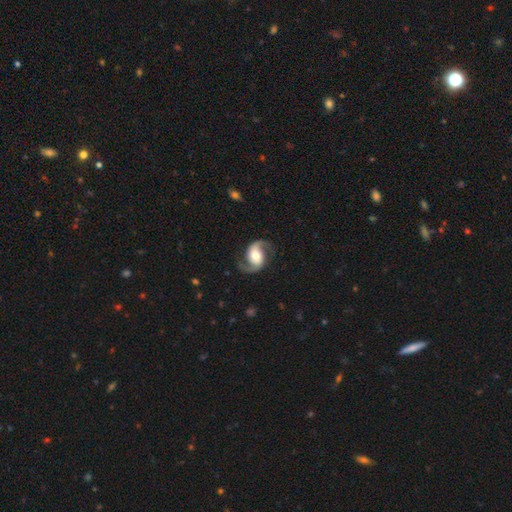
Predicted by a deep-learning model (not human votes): A featured or disk galaxy (88%) with no bar (40%), 2 (94%) medium (48%) spiral arms (97%) and a moderate central bulge (58%).

Vote fractions:
- Smooth or featured? featured or disk: 88% / smooth: 7% / star or artifact: 5%
- Edge-on disk? no: 98% / yes: 2%
- Bar? no: 40% / weak: 36% / strong: 23%
- Spiral arms? yes: 97% / no: 3%
- Spiral winding? medium: 48% / loose: 40% / tight: 12%
- Spiral arm count? 2: 94% / 1: 2% / can't tell: 2% / 3: 1% / 4: 1% / more than 4: 1%
- Bulge size? moderate: 58% / large: 22% / small: 15% / dominant: 3% / none: 2%
- Merging? none: 80% / minor disturbance: 12% / major disturbance: 7% / merger: 1%